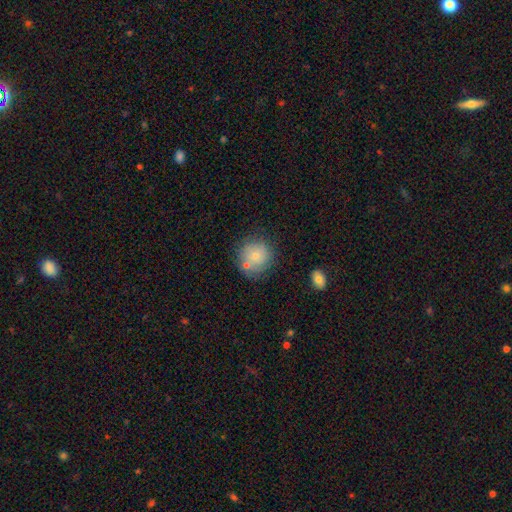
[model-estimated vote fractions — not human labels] Smooth or featured? Predicted: smooth (p=0.74). How rounded? Predicted: round (p=0.91). Merging? Predicted: none (p=0.68).